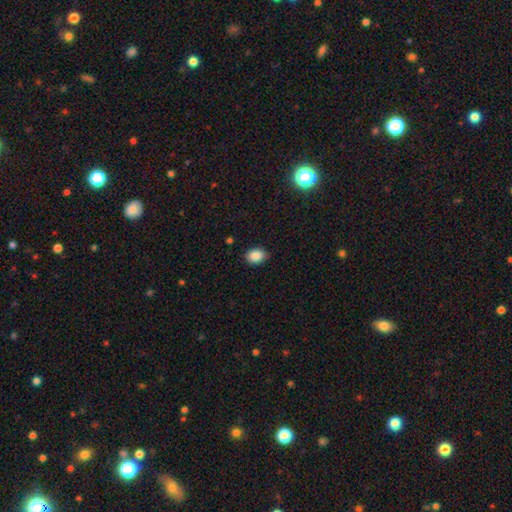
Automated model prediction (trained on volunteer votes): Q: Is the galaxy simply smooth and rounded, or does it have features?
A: smooth — 88%.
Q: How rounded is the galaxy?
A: in between — 65%.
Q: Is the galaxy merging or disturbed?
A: none — 82%.